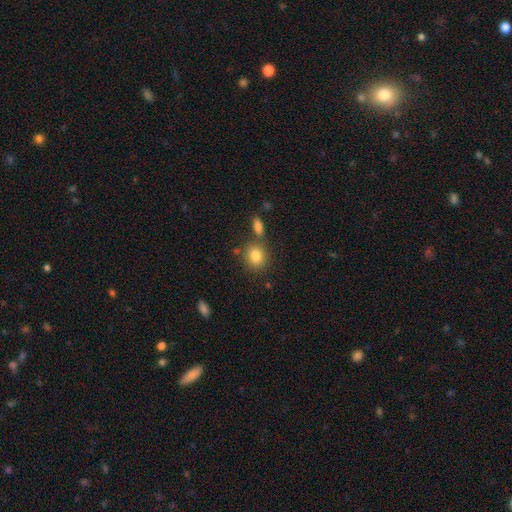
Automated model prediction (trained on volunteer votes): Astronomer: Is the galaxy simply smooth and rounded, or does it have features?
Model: smooth — 83%.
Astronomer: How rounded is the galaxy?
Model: round — 68%.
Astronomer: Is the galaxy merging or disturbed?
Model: none — 73%.